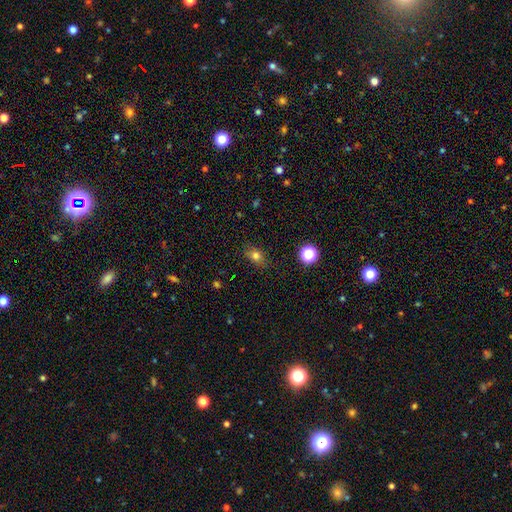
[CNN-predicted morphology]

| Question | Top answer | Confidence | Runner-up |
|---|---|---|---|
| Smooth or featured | smooth | 77% | star or artifact (15%) |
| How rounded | in between | 66% | round (31%) |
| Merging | none | 83% | minor disturbance (13%) |